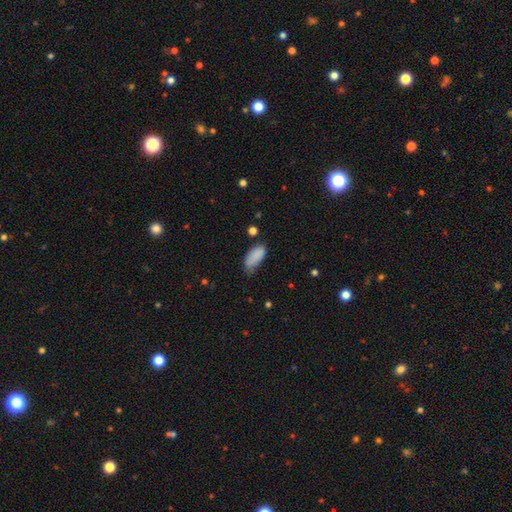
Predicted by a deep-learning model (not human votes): smooth 85%, star or artifact 8%, featured or disk 7%. Down the decision tree: how rounded — in between (90%); merging — none (49%).